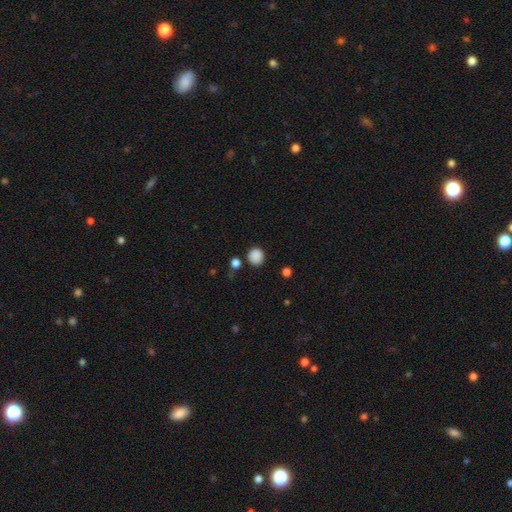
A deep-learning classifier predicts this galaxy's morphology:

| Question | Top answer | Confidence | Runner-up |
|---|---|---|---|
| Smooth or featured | smooth | 87% | star or artifact (10%) |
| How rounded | round | 88% | in between (11%) |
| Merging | none | 84% | minor disturbance (9%) |